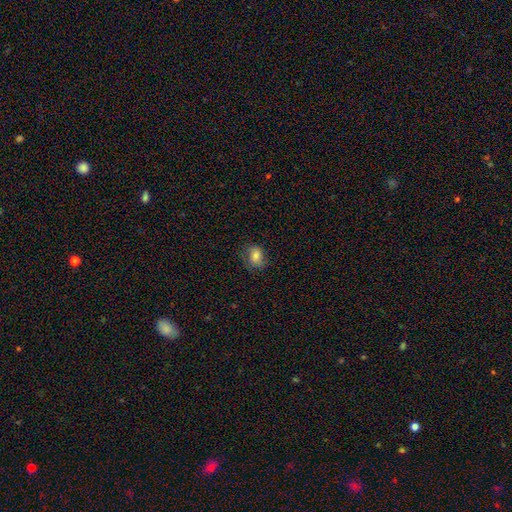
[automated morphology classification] Smooth or featured? Predicted: smooth (p=0.77). How rounded? Predicted: in between (p=0.59). Merging? Predicted: none (p=0.69).